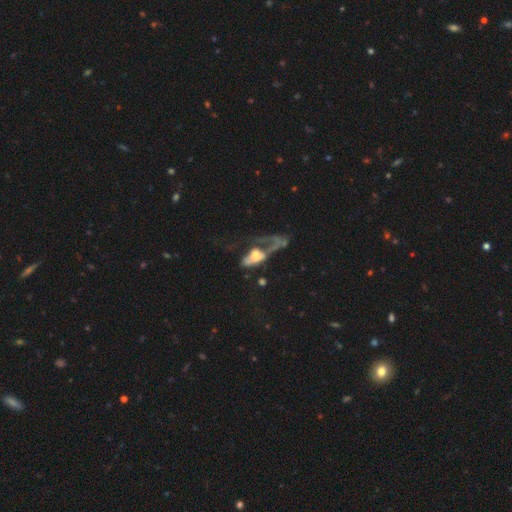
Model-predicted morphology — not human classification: Smooth or featured?
  - featured or disk: 57% *
  - smooth: 34%
  - star or artifact: 9%
Edge-on disk?
  - no: 88% *
  - yes: 12%
Bar?
  - no: 75% *
  - weak: 18%
  - strong: 6%
Spiral arms?
  - no: 51% *
  - yes: 49%
Bulge size?
  - moderate: 45% *
  - large: 22%
  - small: 22%
  - none: 8%
  - dominant: 4%
Merging?
  - major disturbance: 65% *
  - none: 14%
  - merger: 12%
  - minor disturbance: 9%